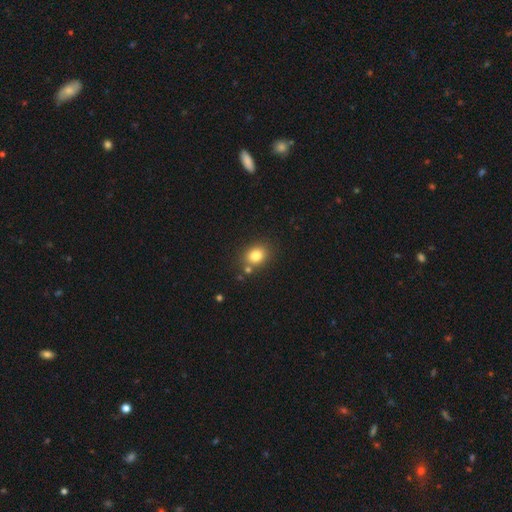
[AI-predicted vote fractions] Smooth or featured? smooth (81%)
How rounded? round (54%)
Merging? none (76%)